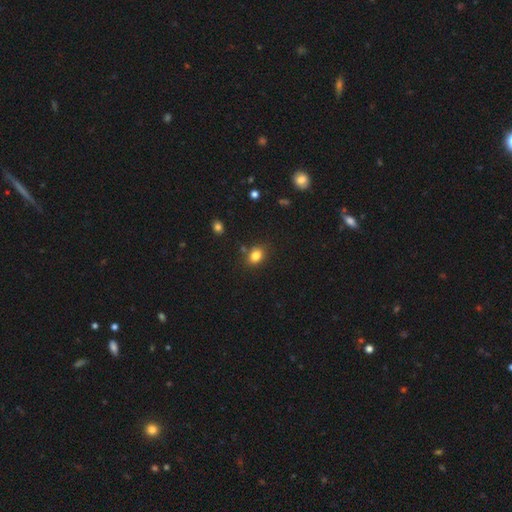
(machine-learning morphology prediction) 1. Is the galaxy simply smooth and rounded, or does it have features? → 82% smooth, 11% star or artifact, 7% featured or disk.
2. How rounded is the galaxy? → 58% in between, 41% round, 1% cigar-shaped.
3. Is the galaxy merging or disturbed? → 77% none, 13% minor disturbance, 7% merger, 3% major disturbance.